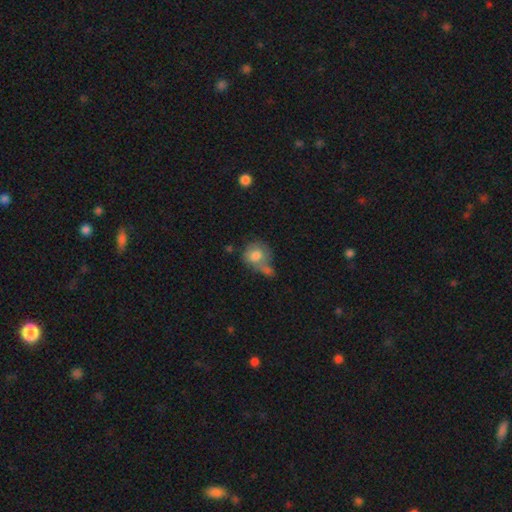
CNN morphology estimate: smooth 78%, featured or disk 14%, star or artifact 8%. Down the decision tree: how rounded — round (72%); merging — merger (39%).